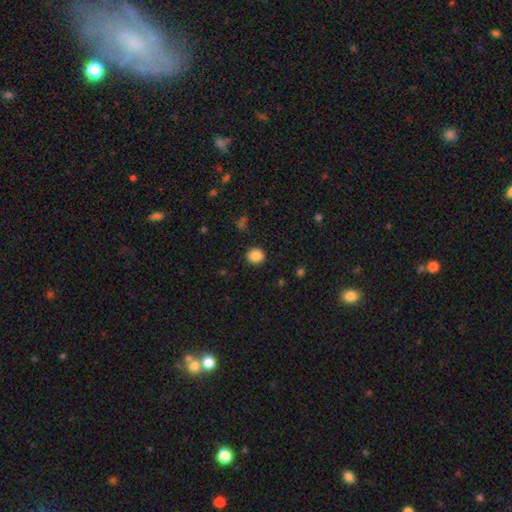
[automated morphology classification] smooth 87%, star or artifact 10%, featured or disk 3%. Down the decision tree: how rounded — round (87%); merging — none (91%).